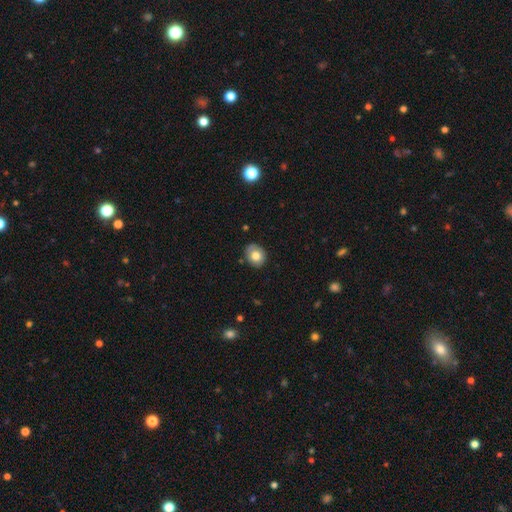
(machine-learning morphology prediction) smooth 75%, featured or disk 16%, star or artifact 8%. Down the decision tree: how rounded — round (53%); merging — none (81%).